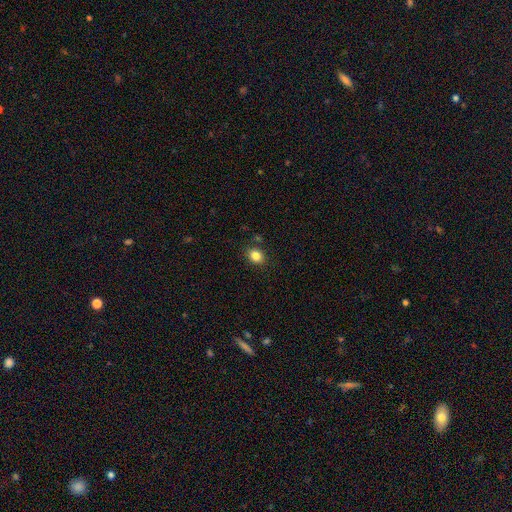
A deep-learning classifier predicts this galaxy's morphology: Smooth or featured?
  - smooth: 84% *
  - star or artifact: 10%
  - featured or disk: 6%
How rounded?
  - round: 51% *
  - in between: 48%
  - cigar-shaped: 1%
Merging?
  - none: 85% *
  - minor disturbance: 10%
  - major disturbance: 3%
  - merger: 3%